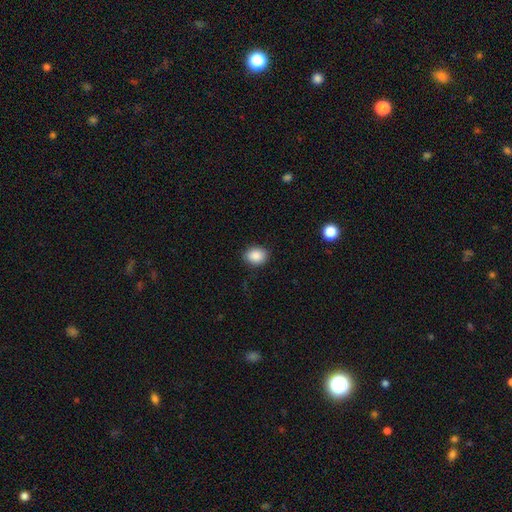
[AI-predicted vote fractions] Morphology: type=smooth (89%); roundness=in between (60%); merging=none (87%).